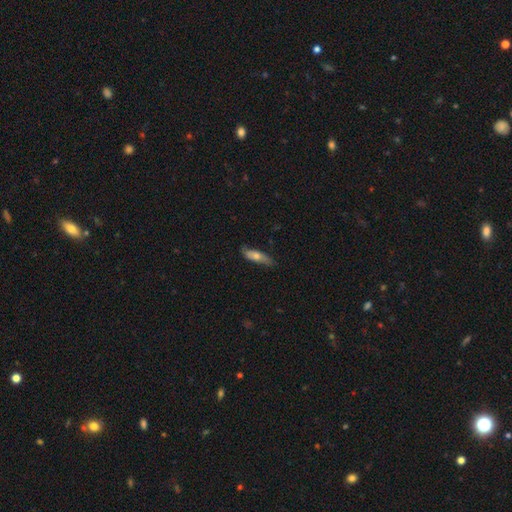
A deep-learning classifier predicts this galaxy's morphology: The model was most divided on "how rounded": cigar-shaped: 53%, in between: 44%, round: 2%. More confident: merging — none (74%); smooth or featured — smooth (60%).